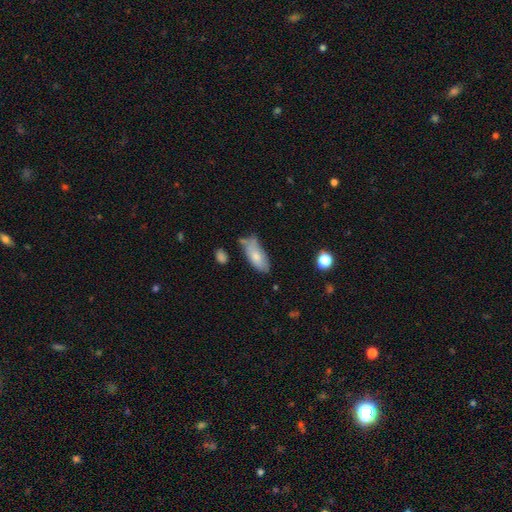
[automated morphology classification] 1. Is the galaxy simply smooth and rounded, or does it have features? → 73% smooth, 20% featured or disk, 7% star or artifact.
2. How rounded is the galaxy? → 85% in between, 13% cigar-shaped, 2% round.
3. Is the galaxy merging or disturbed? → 53% none, 30% minor disturbance, 9% merger, 8% major disturbance.